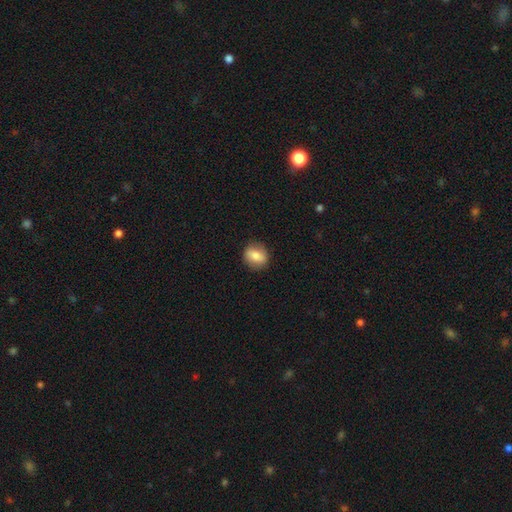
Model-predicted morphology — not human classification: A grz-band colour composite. It shows a smooth galaxy with no disk features (77%) that is round (58%). Merging: none (85%).